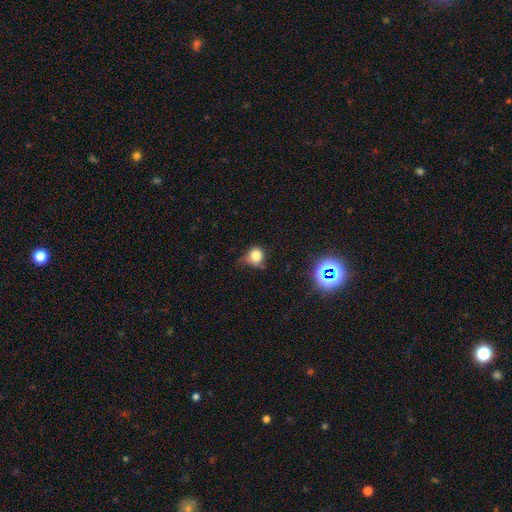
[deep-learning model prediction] This appears to be a smooth galaxy with no disk features (77%) that is round (77%). Merging: none (43%).